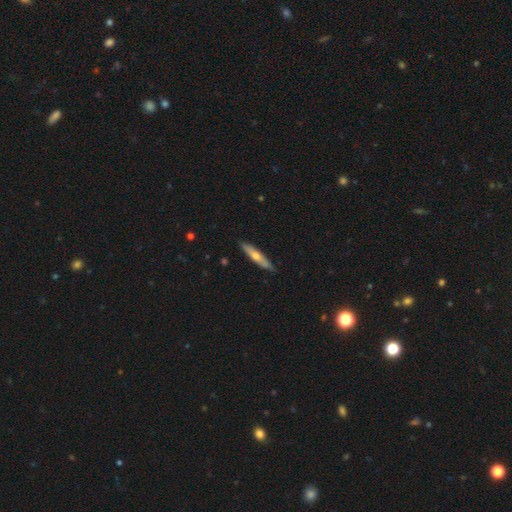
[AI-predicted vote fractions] This is possibly a smooth galaxy (50%). Merging: clearly none (88%).